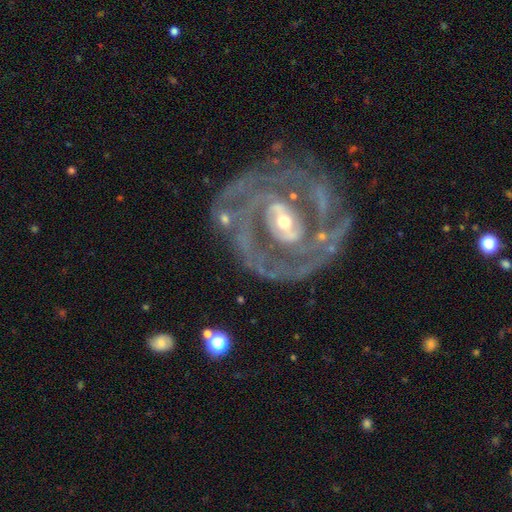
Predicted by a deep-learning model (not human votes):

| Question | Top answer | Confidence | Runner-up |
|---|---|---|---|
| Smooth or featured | featured or disk | 87% | smooth (7%) |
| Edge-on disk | no | 97% | yes (3%) |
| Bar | no | 41% | weak (34%) |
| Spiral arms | yes | 85% | no (15%) |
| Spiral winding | tight | 65% | medium (27%) |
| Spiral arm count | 2 | 43% | can't tell (24%) |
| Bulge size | small | 55% | moderate (38%) |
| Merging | none | 67% | minor disturbance (17%) |